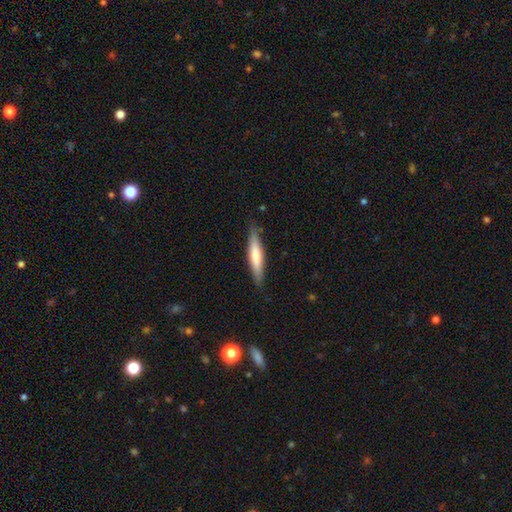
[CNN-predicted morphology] smooth-or-featured: smooth: 63% | featured or disk: 32% | star or artifact: 5%
  how-rounded: cigar-shaped: 87% | in between: 11% | round: 1%
  merging: none: 86% | minor disturbance: 11% | major disturbance: 2% | merger: 1%